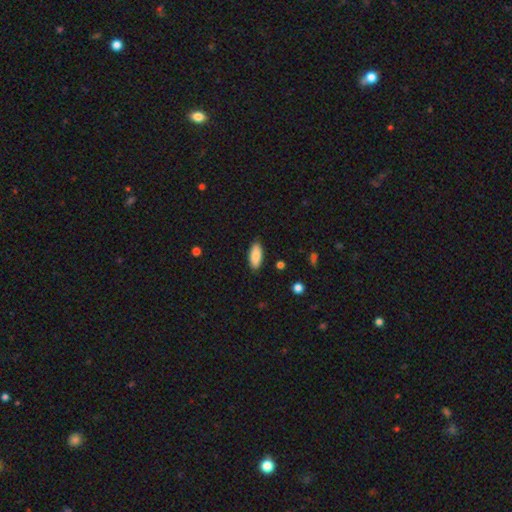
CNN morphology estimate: smooth-or-featured: smooth: 85% | featured or disk: 9% | star or artifact: 6%
  how-rounded: in between: 83% | cigar-shaped: 16% | round: 2%
  merging: none: 87% | minor disturbance: 9% | major disturbance: 2% | merger: 1%